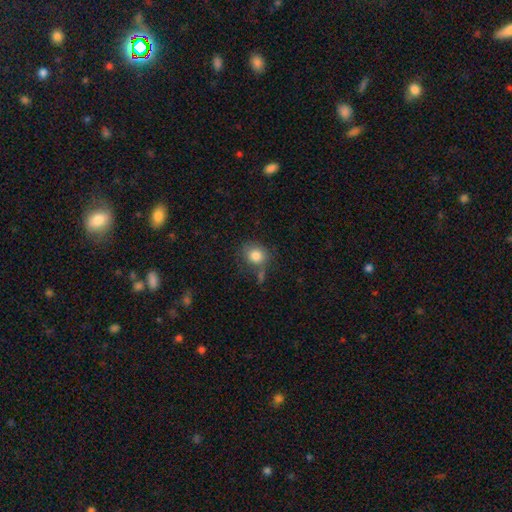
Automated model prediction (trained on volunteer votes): A smooth galaxy with no disk features (83%) that is round (72%). Merging: none (64%).